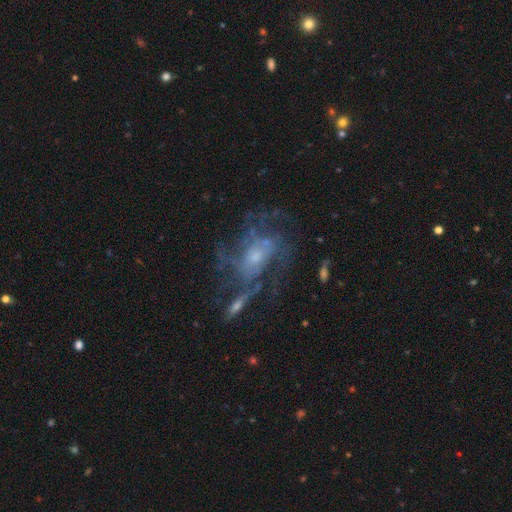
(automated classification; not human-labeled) This appears to be a featured or disk galaxy (79%) with no bar (69%), medium (41%) spiral arms (80%) and a small central bulge (57%). Merging: none (50%).